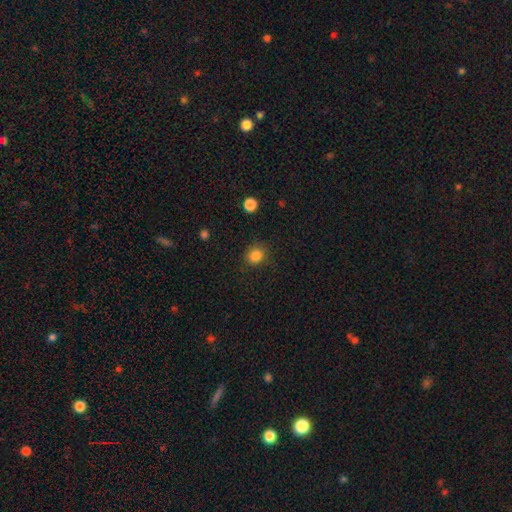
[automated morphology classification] This appears to be a smooth galaxy with no disk features (84%) that is round (72%). Merging: none (82%).